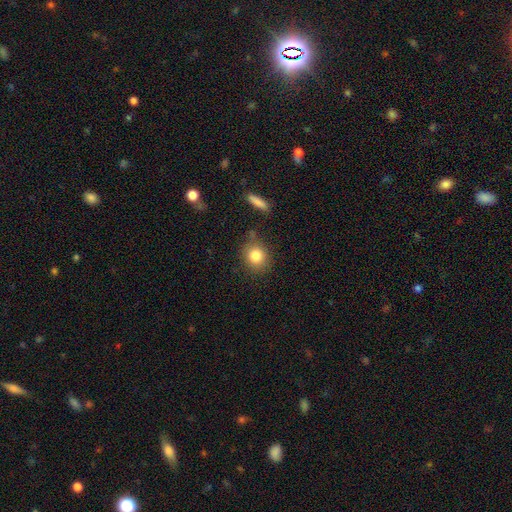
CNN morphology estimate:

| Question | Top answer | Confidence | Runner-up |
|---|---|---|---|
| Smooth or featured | smooth | 82% | star or artifact (10%) |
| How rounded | round | 78% | in between (21%) |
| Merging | none | 80% | minor disturbance (12%) |